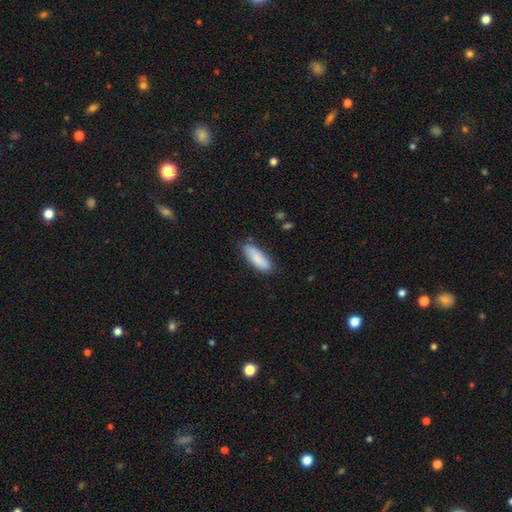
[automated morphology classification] smooth 86%, featured or disk 8%, star or artifact 6%. Down the decision tree: how rounded — in between (64%); merging — none (81%).